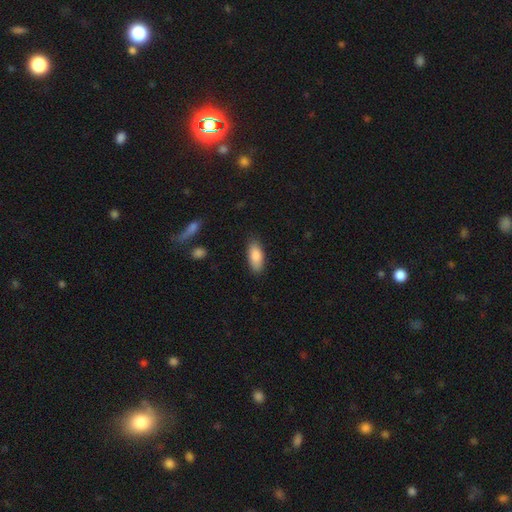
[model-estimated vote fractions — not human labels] Morphology: type=smooth (85%); roundness=in between (85%); merging=none (84%).